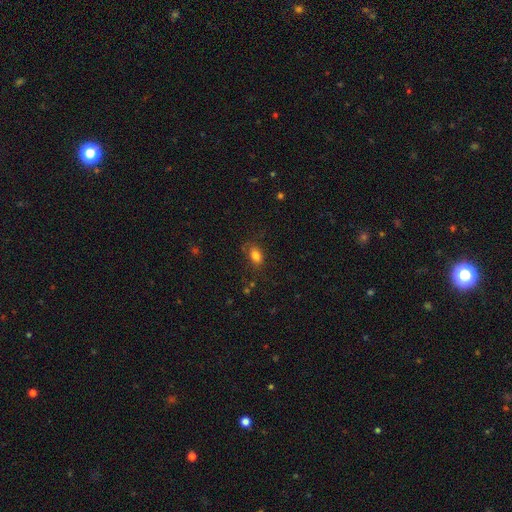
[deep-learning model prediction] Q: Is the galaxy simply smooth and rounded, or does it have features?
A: smooth — 82%.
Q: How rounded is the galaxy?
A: in between — 84%.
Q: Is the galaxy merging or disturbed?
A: none — 74%.